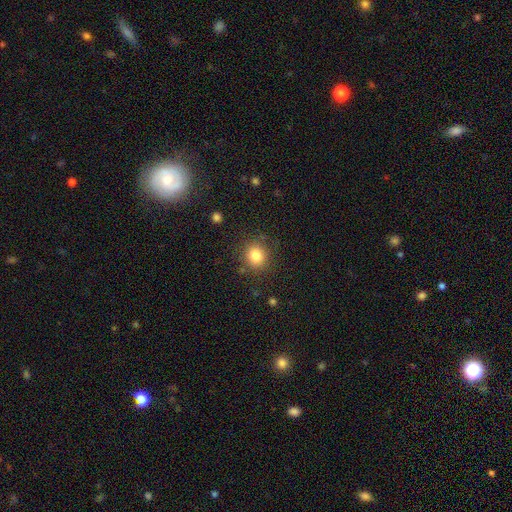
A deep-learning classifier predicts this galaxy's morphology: The model was most divided on "how rounded": round: 84%, in between: 16%, cigar-shaped: 1%. More confident: merging — none (85%); smooth or featured — smooth (82%).